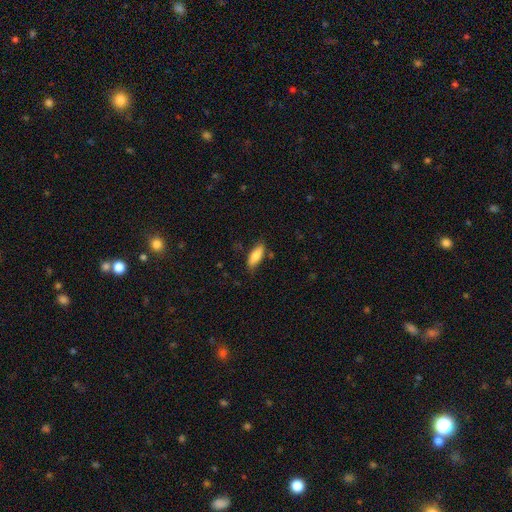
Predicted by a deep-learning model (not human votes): A smooth galaxy with no disk features (82%) that is in between round and cigar-shaped (71%). Merging: none (78%).